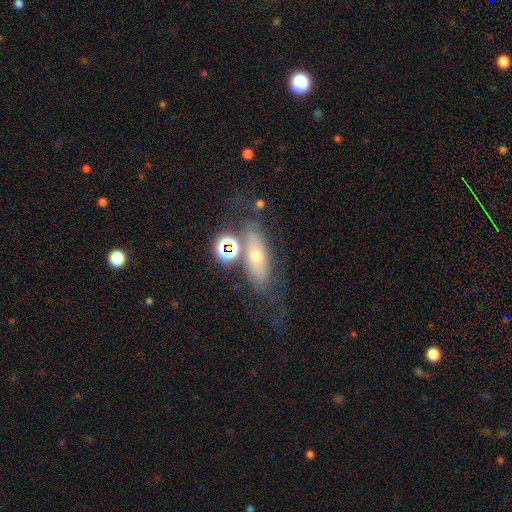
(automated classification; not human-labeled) Smooth or featured: featured or disk — 42% (smooth — 40%)
Merging: none — 49% (minor disturbance — 21%)